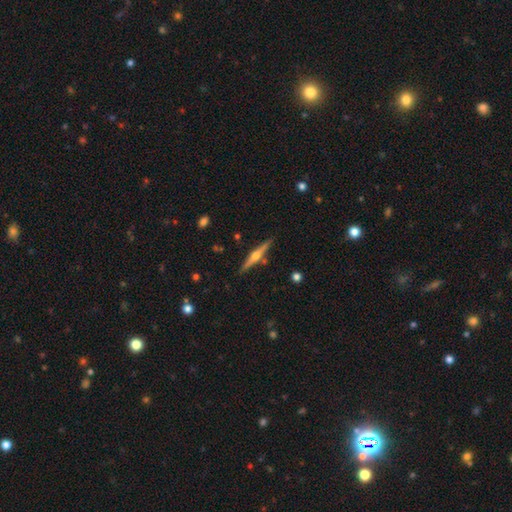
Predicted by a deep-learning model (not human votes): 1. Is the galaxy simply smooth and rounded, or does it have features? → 74% featured or disk, 20% smooth, 6% star or artifact.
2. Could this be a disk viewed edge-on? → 98% yes, 2% no.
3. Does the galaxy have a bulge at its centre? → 94% rounded, 3% boxy, 3% none.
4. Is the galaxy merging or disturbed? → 87% none, 8% minor disturbance, 3% merger, 2% major disturbance.